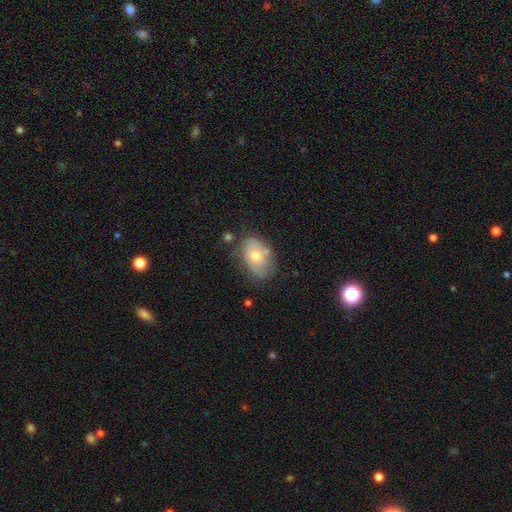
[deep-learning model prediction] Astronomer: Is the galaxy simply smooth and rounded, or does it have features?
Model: smooth — 51% (runner-up: featured or disk, 41%).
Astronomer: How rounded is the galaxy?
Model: in between — 79%.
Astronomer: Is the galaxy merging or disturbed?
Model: none — 62%.